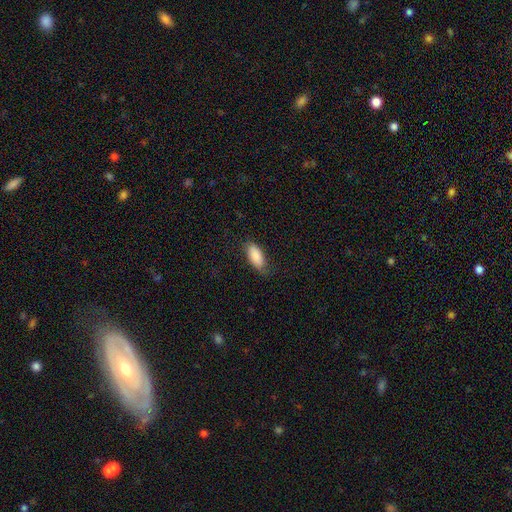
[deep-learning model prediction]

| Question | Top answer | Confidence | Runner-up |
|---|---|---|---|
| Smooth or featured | smooth | 85% | featured or disk (9%) |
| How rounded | in between | 87% | cigar-shaped (11%) |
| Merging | none | 74% | minor disturbance (20%) |